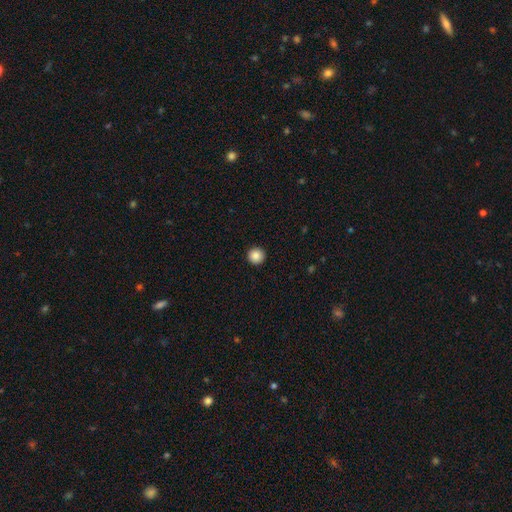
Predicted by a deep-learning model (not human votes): This appears to be a smooth galaxy with no disk features (87%) that is round (96%). Merging: none (94%).